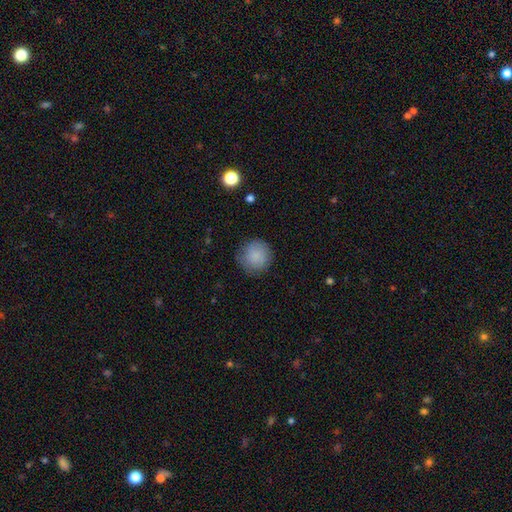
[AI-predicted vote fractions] Smooth or featured?
  - smooth: 86% *
  - star or artifact: 7%
  - featured or disk: 6%
How rounded?
  - round: 94% *
  - in between: 5%
  - cigar-shaped: 1%
Merging?
  - none: 81% *
  - minor disturbance: 15%
  - major disturbance: 4%
  - merger: 1%